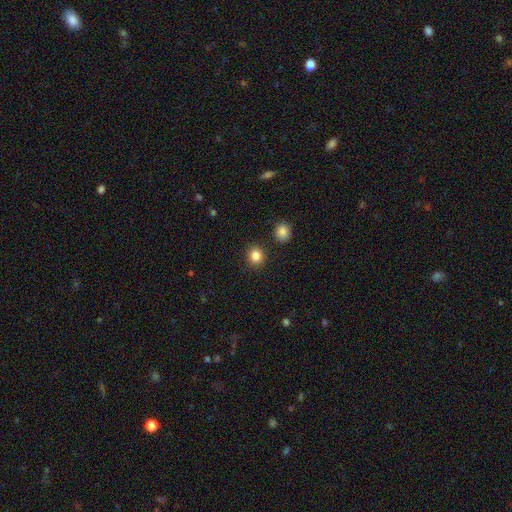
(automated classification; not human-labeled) smooth-or-featured: smooth: 84% | star or artifact: 11% | featured or disk: 5%
  how-rounded: round: 86% | in between: 13% | cigar-shaped: 1%
  merging: none: 90% | minor disturbance: 6% | merger: 3% | major disturbance: 2%